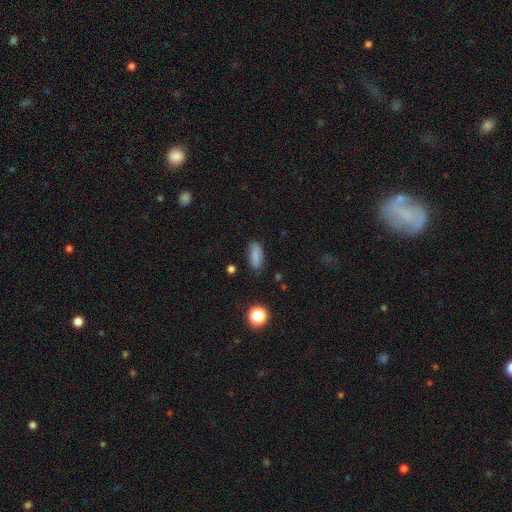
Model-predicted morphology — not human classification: type=smooth (82%); roundness=in between (78%); merging=none (79%).